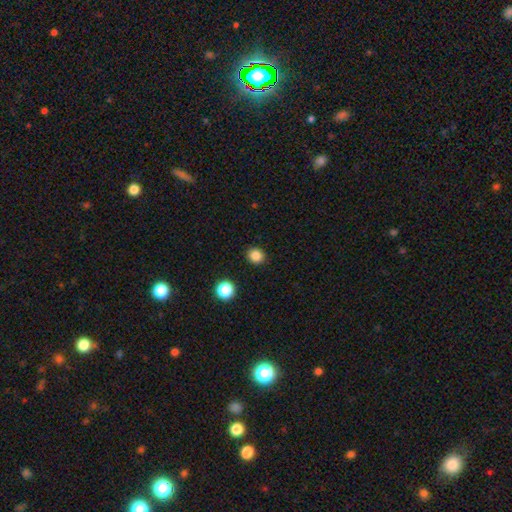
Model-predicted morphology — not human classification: Smooth or featured: smooth — 84% (star or artifact — 12%)
How rounded: round — 80% (in between — 19%)
Merging: none — 91% (minor disturbance — 6%)